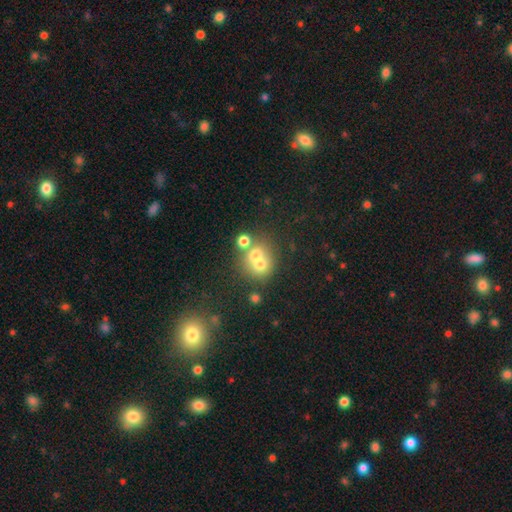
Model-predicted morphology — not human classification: smooth-or-featured: smooth: 61% | featured or disk: 23% | star or artifact: 16%
  how-rounded: round: 80% | in between: 19% | cigar-shaped: 1%
  merging: merger: 50% | none: 38% | minor disturbance: 8% | major disturbance: 4%